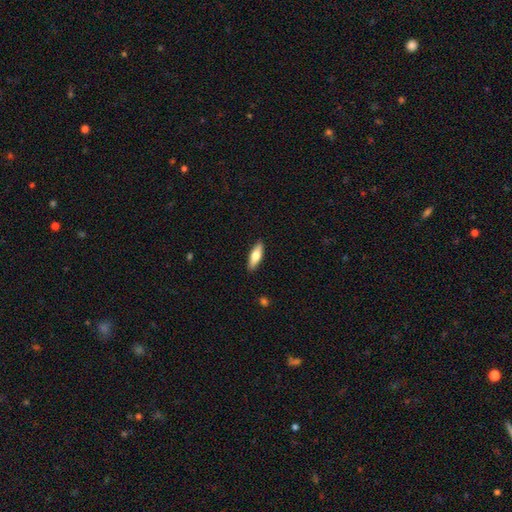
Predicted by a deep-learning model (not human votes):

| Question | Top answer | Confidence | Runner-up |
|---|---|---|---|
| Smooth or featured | smooth | 67% | featured or disk (28%) |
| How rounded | in between | 52% | cigar-shaped (45%) |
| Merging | none | 90% | minor disturbance (8%) |